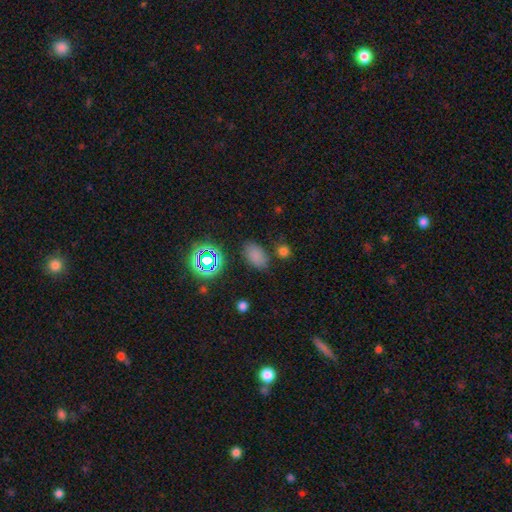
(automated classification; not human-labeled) Overall: smooth (76%). How rounded: in between (89%). Merging: none (77%).